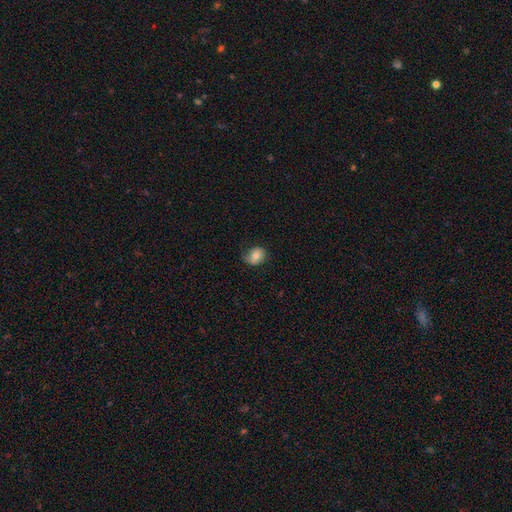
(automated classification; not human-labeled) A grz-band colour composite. It shows a smooth galaxy with no disk features (71%) that is in between round and cigar-shaped (54%). Merging: none (63%).